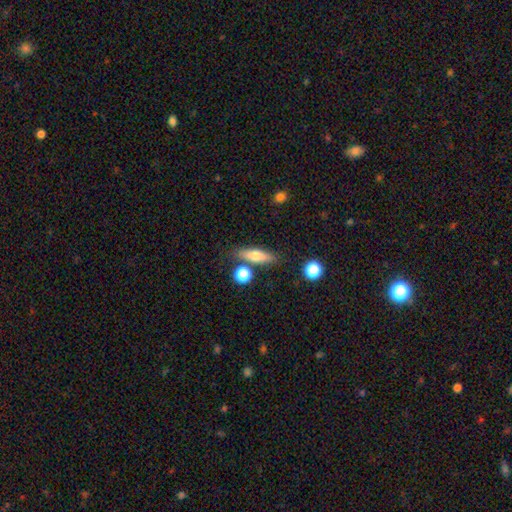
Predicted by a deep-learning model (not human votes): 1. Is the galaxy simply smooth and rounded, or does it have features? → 66% smooth, 27% featured or disk, 8% star or artifact.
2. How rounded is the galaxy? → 55% cigar-shaped, 39% in between, 6% round.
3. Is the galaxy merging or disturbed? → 76% none, 12% minor disturbance, 9% merger, 3% major disturbance.